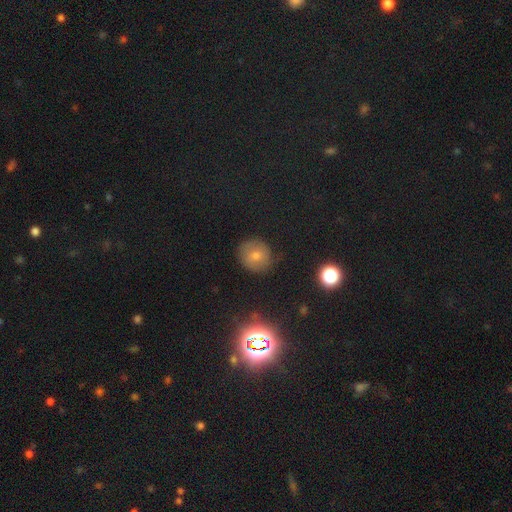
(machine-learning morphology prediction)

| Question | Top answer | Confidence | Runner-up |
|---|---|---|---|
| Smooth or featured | smooth | 55% | featured or disk (29%) |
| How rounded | round | 84% | in between (15%) |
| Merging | none | 73% | minor disturbance (19%) |